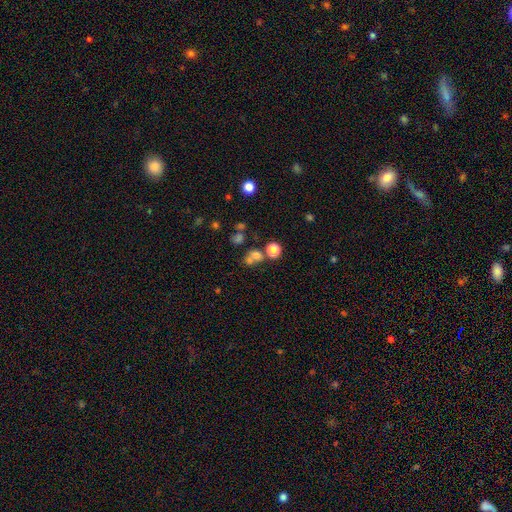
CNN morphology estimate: Overall: smooth (65%). How rounded: round (75%). Merging: none (45%; merger 41%).